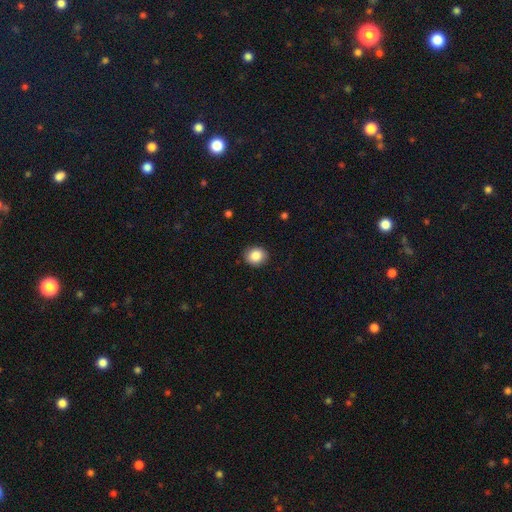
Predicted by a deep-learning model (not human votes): smooth-or-featured: smooth: 87% | star or artifact: 9% | featured or disk: 5%
  how-rounded: round: 76% | in between: 23% | cigar-shaped: 1%
  merging: none: 88% | minor disturbance: 9% | major disturbance: 2% | merger: 1%